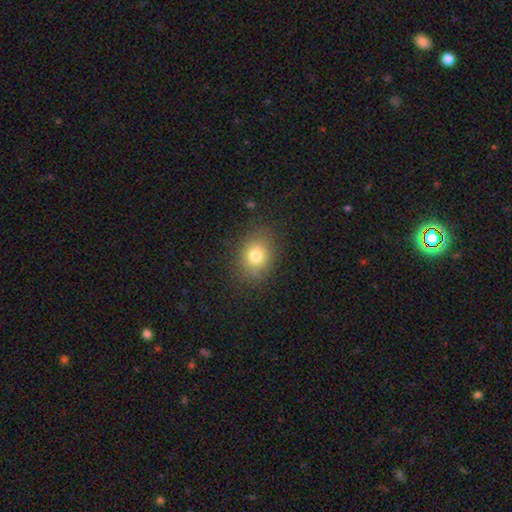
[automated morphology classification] A smooth galaxy with no disk features (78%) that is round (56%). Merging: none (84%).